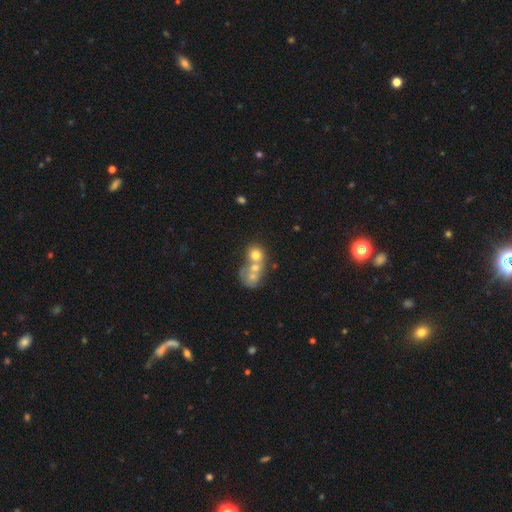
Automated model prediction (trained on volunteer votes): Morphology: type=smooth (62%); roundness=round (69%); merging=merger (67%).